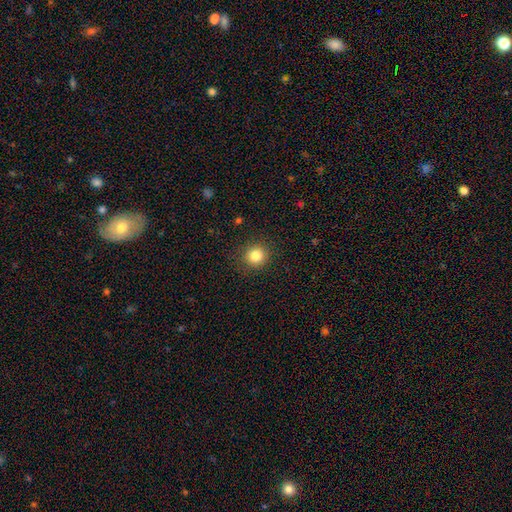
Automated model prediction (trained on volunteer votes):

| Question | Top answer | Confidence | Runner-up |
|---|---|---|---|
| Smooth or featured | smooth | 83% | star or artifact (12%) |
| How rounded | round | 93% | in between (7%) |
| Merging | none | 90% | minor disturbance (6%) |